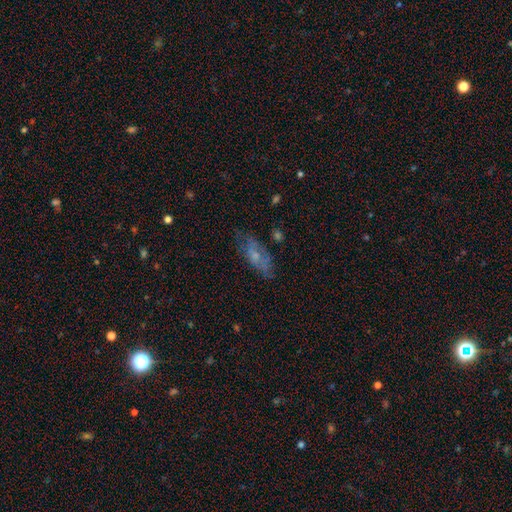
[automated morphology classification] Overall: smooth (51%; featured or disk 40%). How rounded: in between (74%). Merging: none (62%; minor disturbance 25%).